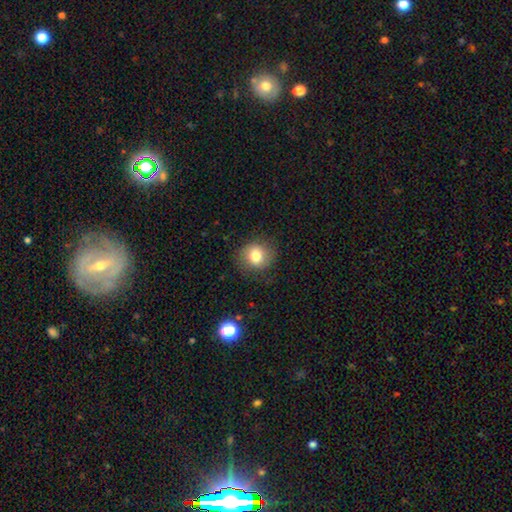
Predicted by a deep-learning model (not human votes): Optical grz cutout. It shows a smooth galaxy with no disk features (78%) that is round (79%). Merging: none (81%).